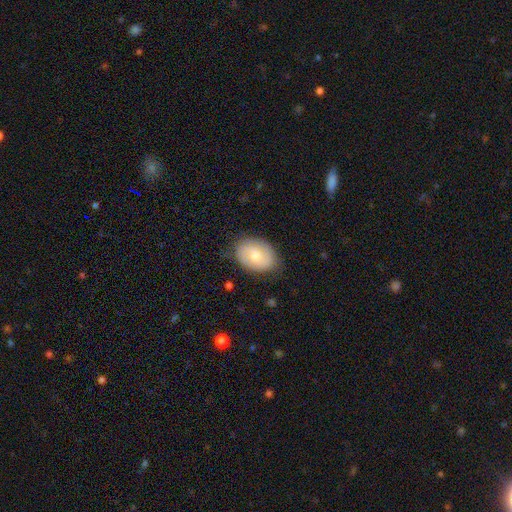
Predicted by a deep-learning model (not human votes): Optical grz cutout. It shows a smooth galaxy with no disk features (60%) that is in between round and cigar-shaped (78%). Merging: none (77%).